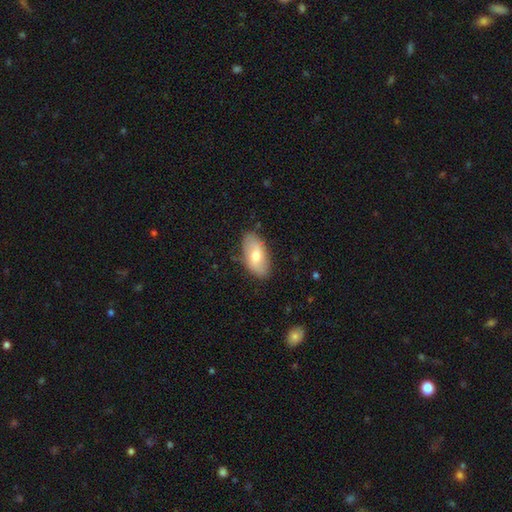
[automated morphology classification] Smooth or featured: smooth — 66% (featured or disk — 28%)
How rounded: in between — 93% (round — 4%)
Merging: none — 81% (minor disturbance — 14%)